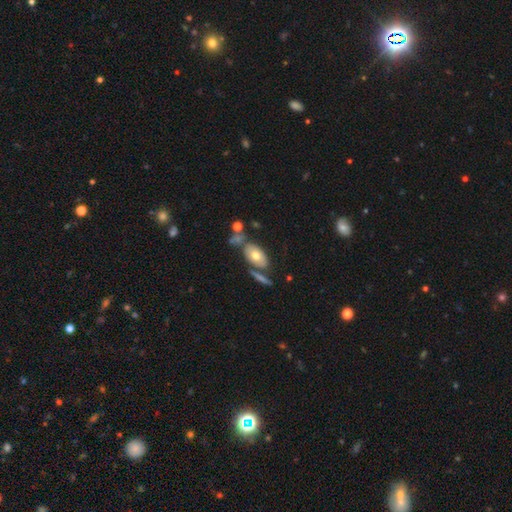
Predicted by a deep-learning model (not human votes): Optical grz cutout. It shows a smooth galaxy with no disk features (65%) that is in between round and cigar-shaped (89%). Merging: none (59%).